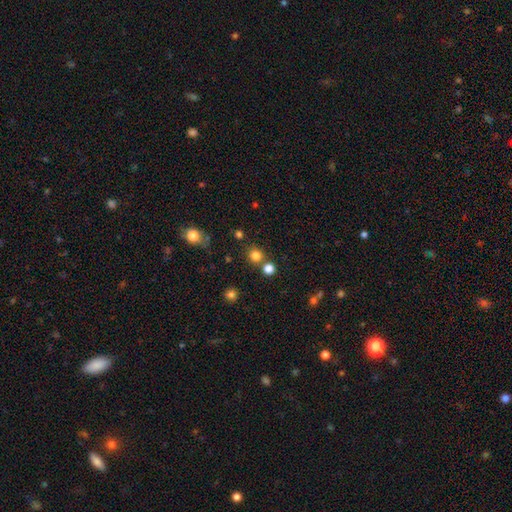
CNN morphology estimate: A smooth galaxy with no disk features (79%) that is round (90%).

Vote fractions:
- Smooth or featured? smooth: 79% / star or artifact: 16% / featured or disk: 5%
- How rounded? round: 90% / in between: 9% / cigar-shaped: 1%
- Merging? none: 77% / merger: 13% / minor disturbance: 7% / major disturbance: 3%